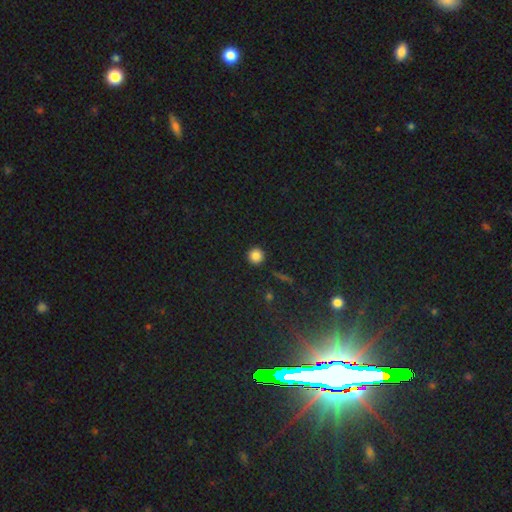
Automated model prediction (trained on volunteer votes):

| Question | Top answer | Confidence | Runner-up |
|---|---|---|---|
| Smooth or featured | smooth | 84% | star or artifact (12%) |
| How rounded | round | 96% | in between (3%) |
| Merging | none | 92% | minor disturbance (5%) |